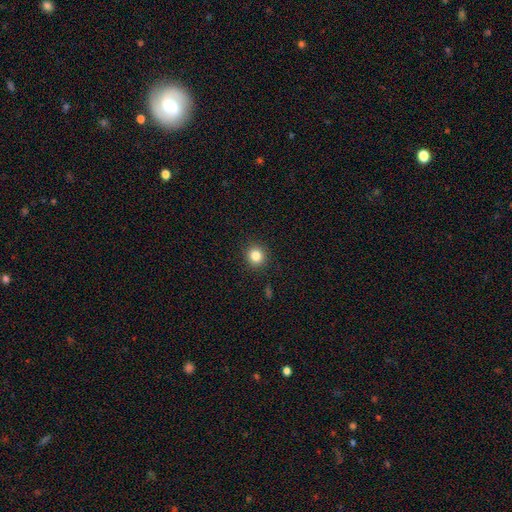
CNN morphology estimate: Overall: smooth (84%). How rounded: round (88%). Merging: none (91%).